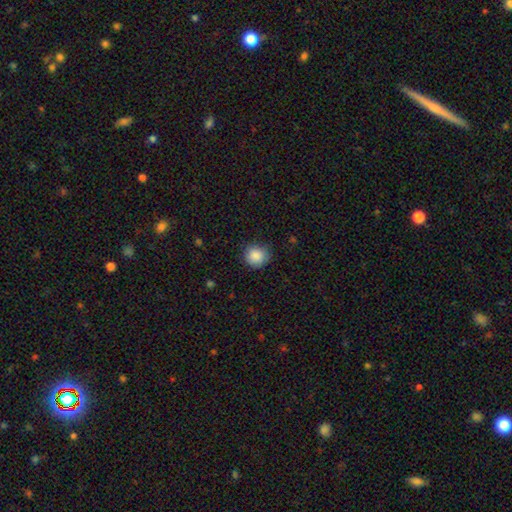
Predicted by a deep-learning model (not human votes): Q: Smooth or featured?
A: smooth (88%); runner-up: star or artifact (9%)
Q: How rounded?
A: round (89%); runner-up: in between (10%)
Q: Merging?
A: none (83%); runner-up: minor disturbance (13%)